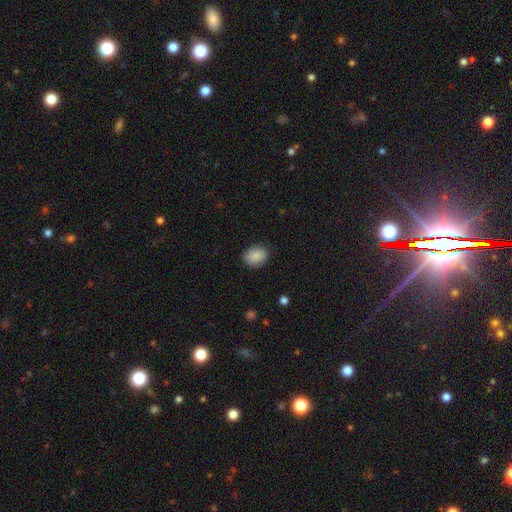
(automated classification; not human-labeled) smooth-or-featured: smooth: 87% | star or artifact: 7% | featured or disk: 5%
  how-rounded: in between: 55% | round: 43% | cigar-shaped: 1%
  merging: none: 84% | minor disturbance: 12% | major disturbance: 3% | merger: 1%